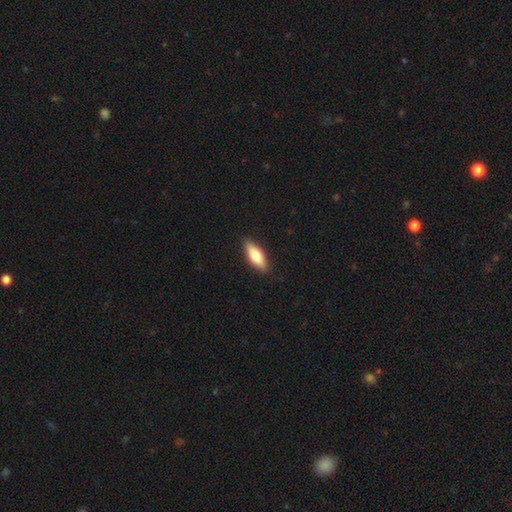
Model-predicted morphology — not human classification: This is likely a smooth galaxy (73%). How rounded: likely in between (62%). Merging: clearly none (89%).